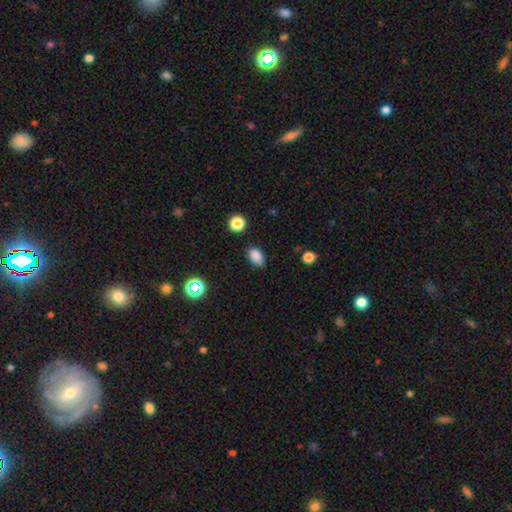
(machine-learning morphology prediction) smooth-or-featured: smooth: 84% | star or artifact: 12% | featured or disk: 4%
  how-rounded: in between: 84% | round: 15% | cigar-shaped: 1%
  merging: none: 81% | minor disturbance: 14% | major disturbance: 3% | merger: 2%